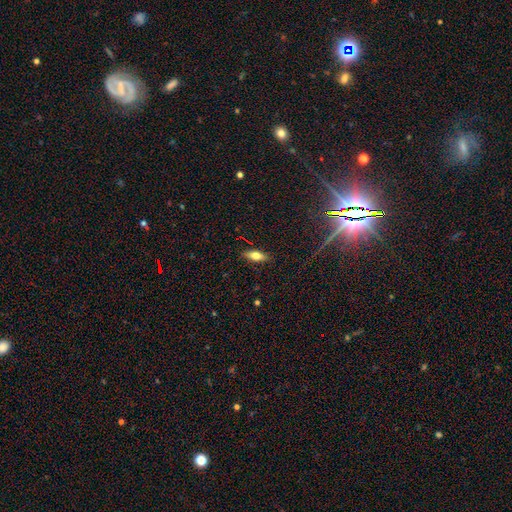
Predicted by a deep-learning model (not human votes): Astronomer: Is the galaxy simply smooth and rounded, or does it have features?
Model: smooth — 63%.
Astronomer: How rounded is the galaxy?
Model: in between — 68%.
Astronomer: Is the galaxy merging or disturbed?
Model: none — 87%.